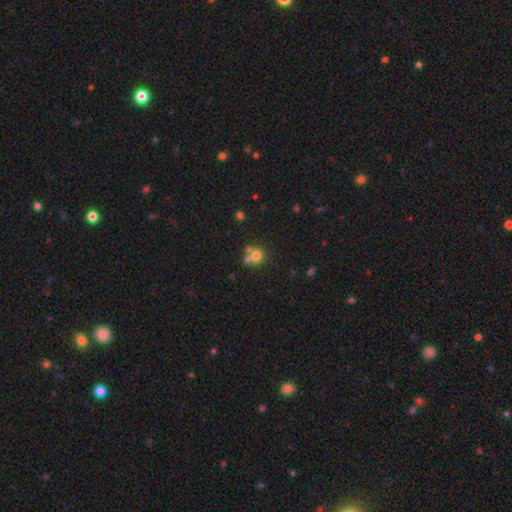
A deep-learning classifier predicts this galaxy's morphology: Overall: smooth (68%). How rounded: round (84%). Merging: none (46%; merger 40%).